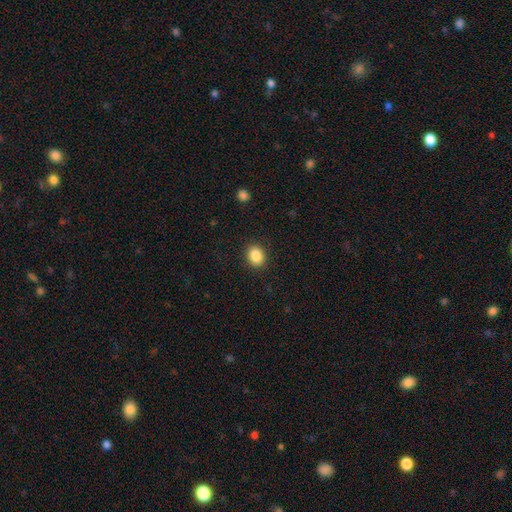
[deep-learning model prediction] smooth-or-featured: smooth: 87% | star or artifact: 9% | featured or disk: 4%
  how-rounded: round: 56% | in between: 43% | cigar-shaped: 1%
  merging: none: 90% | minor disturbance: 7% | major disturbance: 2% | merger: 1%